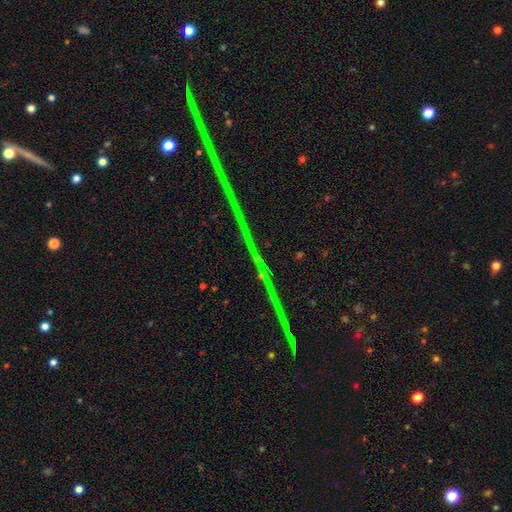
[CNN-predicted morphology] Smooth or featured? Predicted: star or artifact (p=0.85).